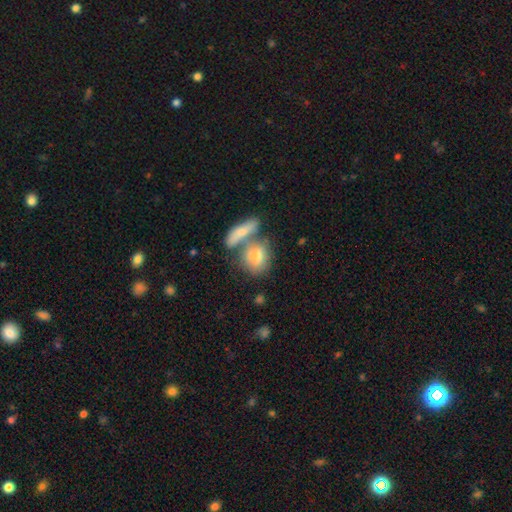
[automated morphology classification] The model was most divided on "merging": none: 45%, merger: 40%, minor disturbance: 11%, major disturbance: 4%. Remaining: smooth or featured — smooth (74%); how rounded — in between (49%).